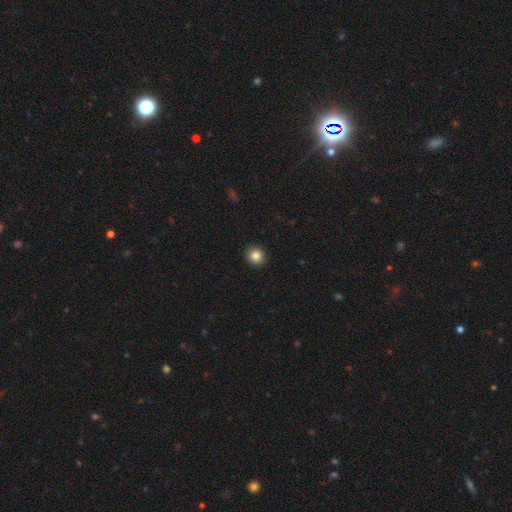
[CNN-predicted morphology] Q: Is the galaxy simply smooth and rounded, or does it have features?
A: smooth — 85%.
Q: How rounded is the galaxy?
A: round — 83%.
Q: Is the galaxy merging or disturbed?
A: none — 92%.